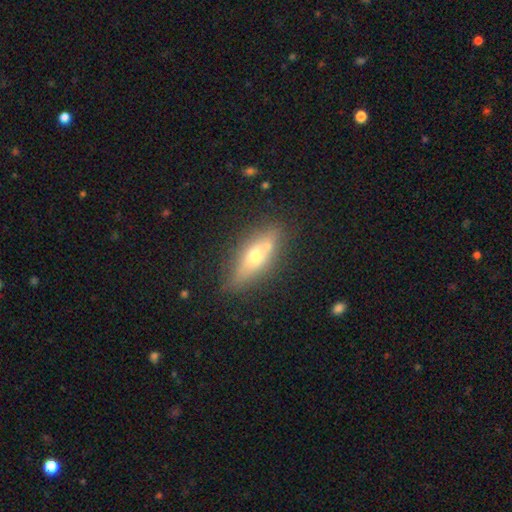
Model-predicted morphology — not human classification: Smooth or featured? Predicted: featured or disk (p=0.47). Merging? Predicted: none (p=0.74).